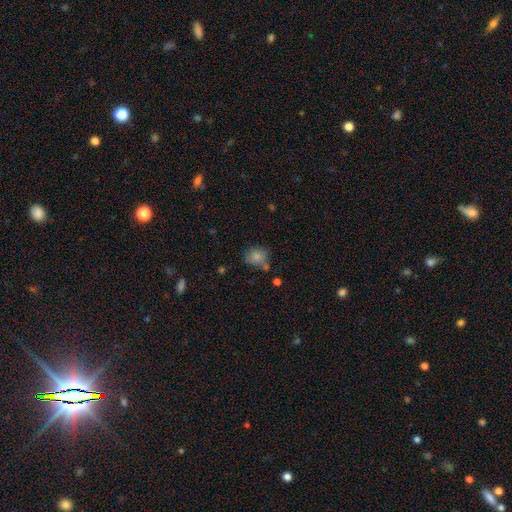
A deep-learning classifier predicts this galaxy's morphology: Overall: smooth (71%). How rounded: round (68%; in between 30%). Merging: none (71%).